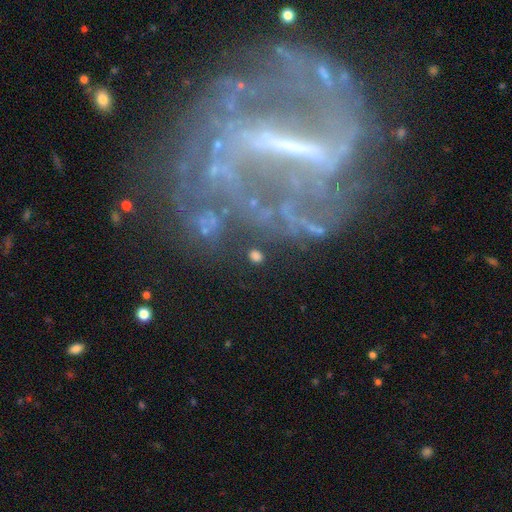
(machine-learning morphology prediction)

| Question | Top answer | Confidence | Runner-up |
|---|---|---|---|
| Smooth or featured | featured or disk | 39% | tied: smooth (39%) |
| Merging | none | 73% | minor disturbance (13%) |